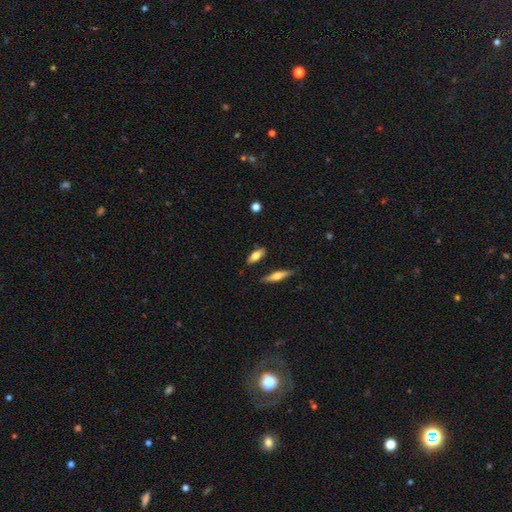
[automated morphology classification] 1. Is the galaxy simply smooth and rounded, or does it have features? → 63% smooth, 30% featured or disk, 7% star or artifact.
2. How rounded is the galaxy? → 60% in between, 37% cigar-shaped, 3% round.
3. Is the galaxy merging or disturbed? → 81% none, 12% minor disturbance, 4% merger, 3% major disturbance.